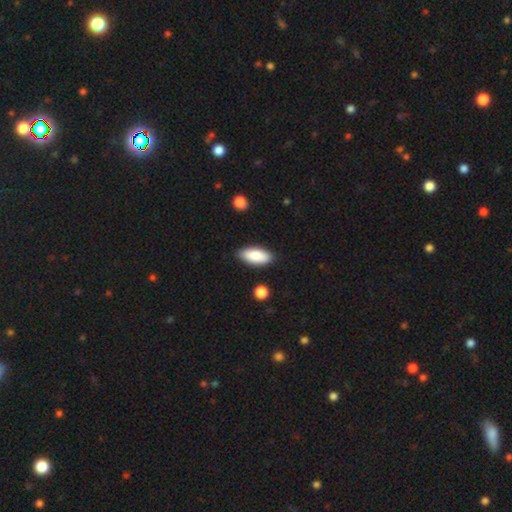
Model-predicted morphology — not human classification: smooth 85%, featured or disk 9%, star or artifact 6%. Down the decision tree: how rounded — in between (84%); merging — none (87%).